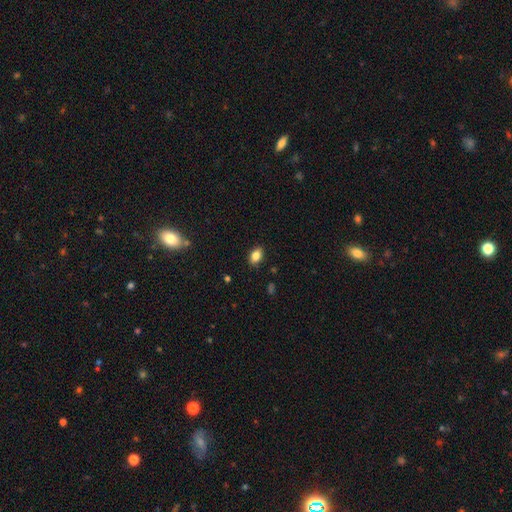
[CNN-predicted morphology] type=smooth (82%); roundness=in between (83%); merging=none (87%).